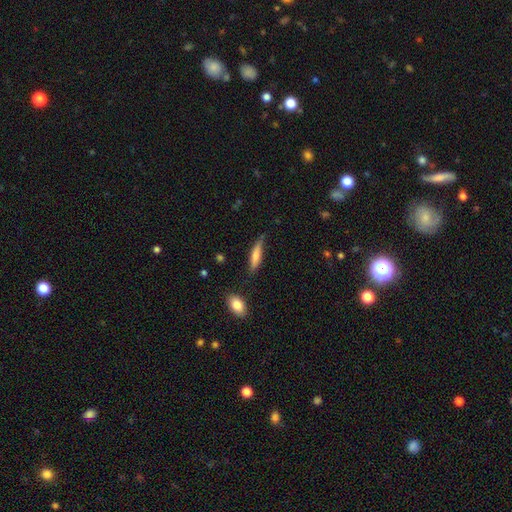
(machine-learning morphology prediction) Q: Smooth or featured?
A: smooth (70%); runner-up: featured or disk (23%)
Q: How rounded?
A: cigar-shaped (76%); runner-up: in between (23%)
Q: Merging?
A: none (66%); runner-up: minor disturbance (26%)